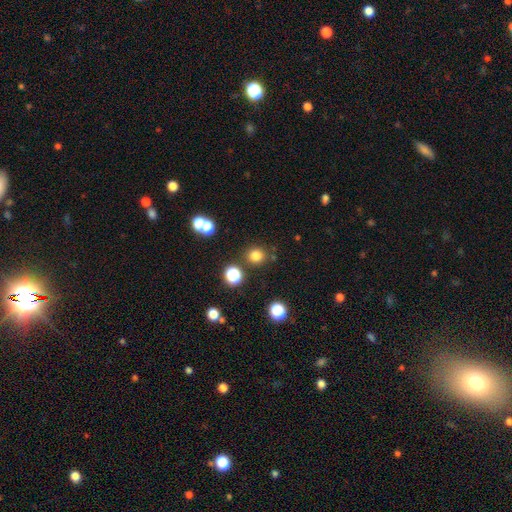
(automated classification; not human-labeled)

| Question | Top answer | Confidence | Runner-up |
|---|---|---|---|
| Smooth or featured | smooth | 78% | star or artifact (16%) |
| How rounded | round | 89% | in between (10%) |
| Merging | none | 83% | minor disturbance (8%) |